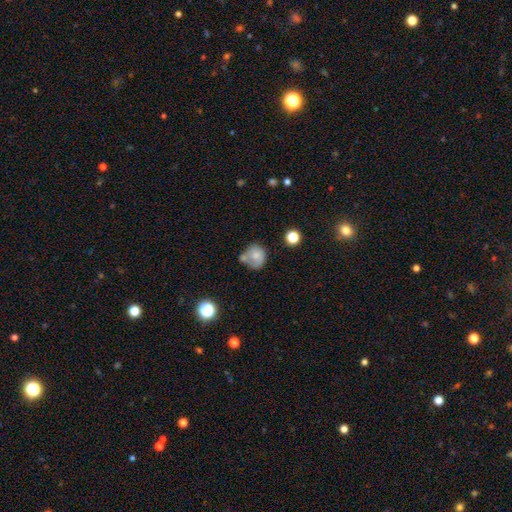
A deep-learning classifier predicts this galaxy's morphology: Q: Smooth or featured?
A: smooth (70%); runner-up: featured or disk (20%)
Q: How rounded?
A: round (73%); runner-up: in between (26%)
Q: Merging?
A: none (36%); runner-up: merger (32%)